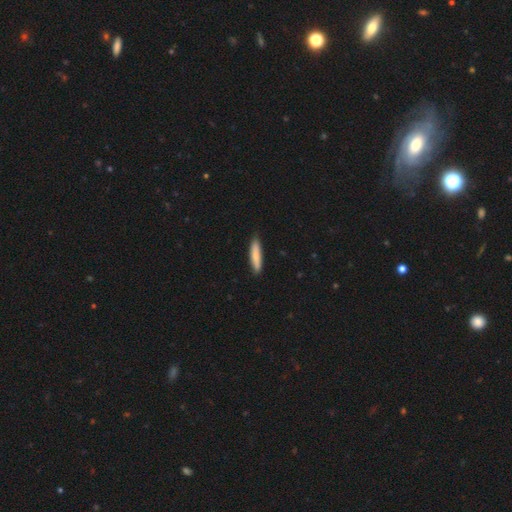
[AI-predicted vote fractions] Overall: smooth (81%). How rounded: cigar-shaped (84%). Merging: none (85%).